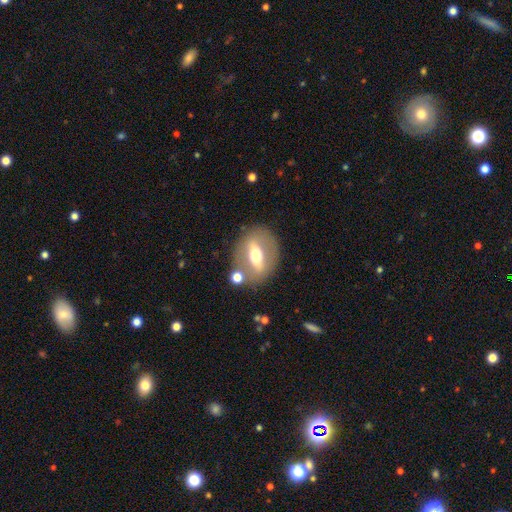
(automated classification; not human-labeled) A featured or disk galaxy (59%). Merging: none (75%).